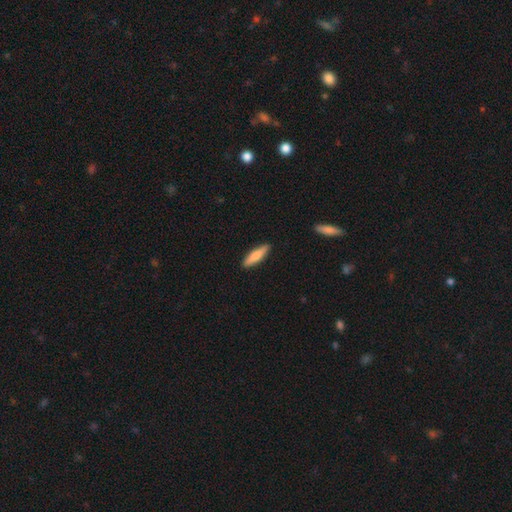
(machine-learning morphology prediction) This is likely a smooth galaxy (72%). How rounded: likely cigar-shaped (72%). Merging: clearly none (90%).